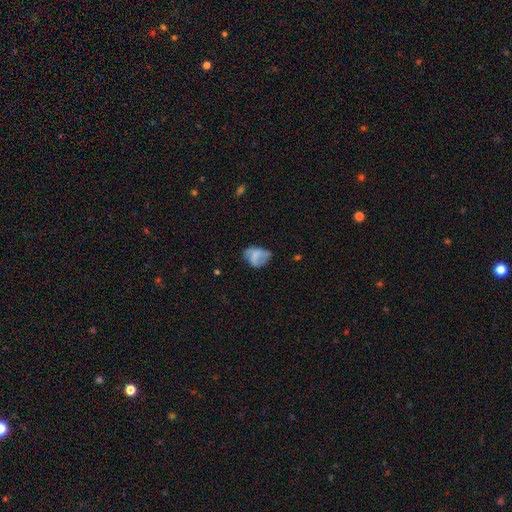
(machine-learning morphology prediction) The model was most divided on "merging": none: 37%, minor disturbance: 31%, major disturbance: 28%, merger: 4%. More confident: how rounded — in between (75%); smooth or featured — smooth (55%).